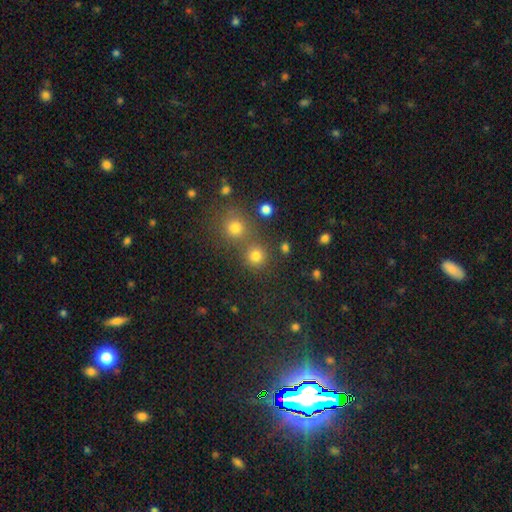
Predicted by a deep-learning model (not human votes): smooth_or_featured: smooth (p=0.77) [alt: star or artifact p=0.18]
how_rounded: round (p=0.91) [alt: in between p=0.08]
merging: none (p=0.71) [alt: merger p=0.20]